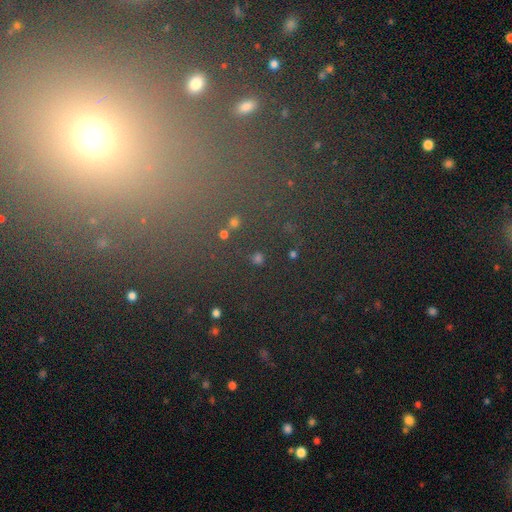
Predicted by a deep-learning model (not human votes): Q: Smooth or featured?
A: star or artifact (64%); runner-up: smooth (25%)